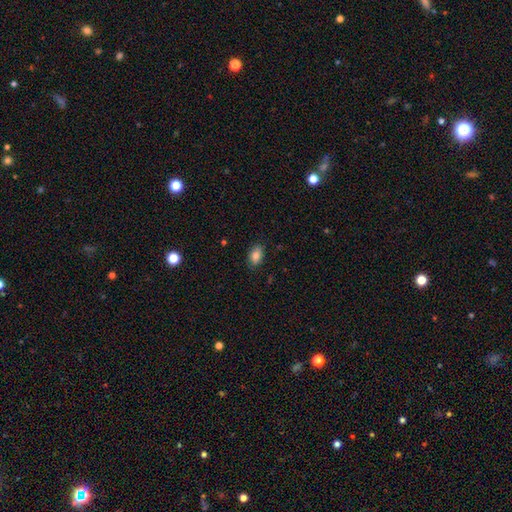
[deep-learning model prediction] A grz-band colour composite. It shows a smooth galaxy with no disk features (85%) that is in between round and cigar-shaped (86%). Merging: none (85%).